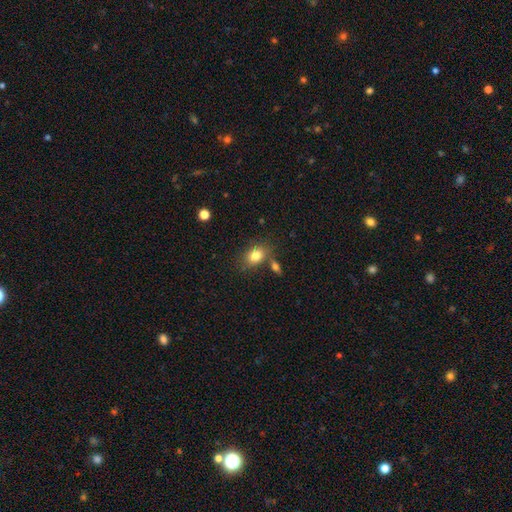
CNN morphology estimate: Smooth or featured? Predicted: smooth (p=0.82). How rounded? Predicted: in between (p=0.72). Merging? Predicted: none (p=0.67).